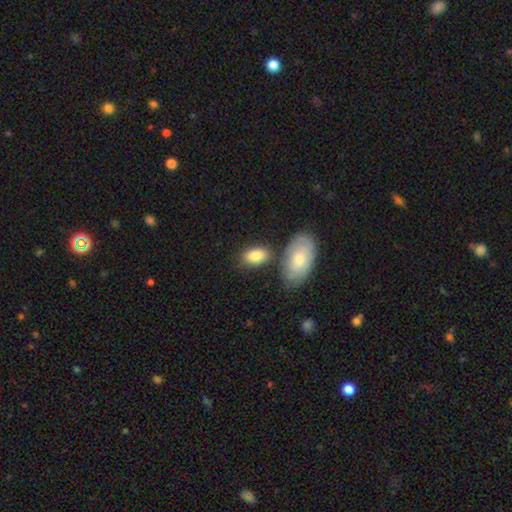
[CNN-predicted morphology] Smooth or featured?
  - smooth: 83% *
  - featured or disk: 11%
  - star or artifact: 6%
How rounded?
  - in between: 90% *
  - round: 8%
  - cigar-shaped: 2%
Merging?
  - none: 65% *
  - merger: 16%
  - minor disturbance: 14%
  - major disturbance: 4%